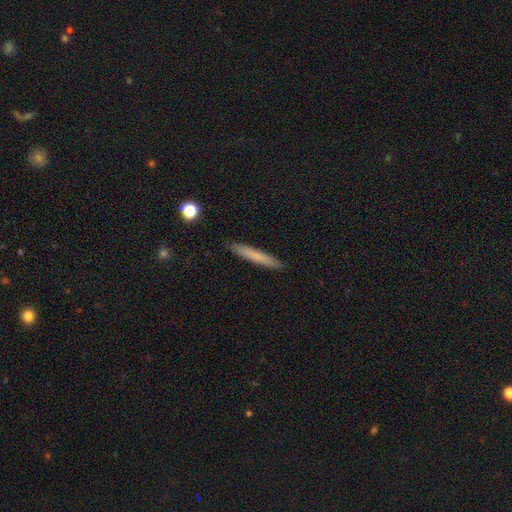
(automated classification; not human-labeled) Smooth or featured? smooth (73%)
How rounded? cigar-shaped (96%)
Merging? none (91%)